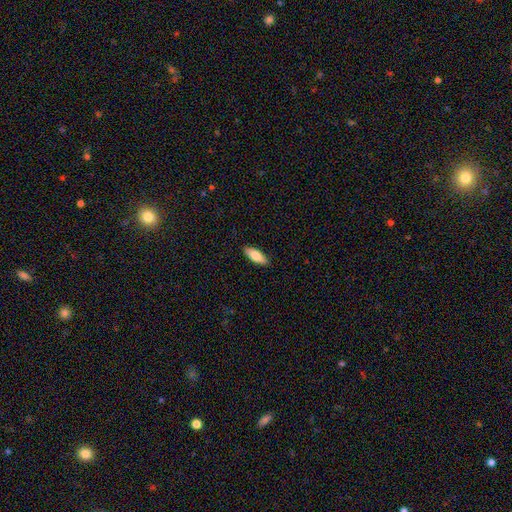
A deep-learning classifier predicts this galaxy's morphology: smooth 80%, featured or disk 14%, star or artifact 6%. Down the decision tree: how rounded — in between (75%); merging — none (87%).